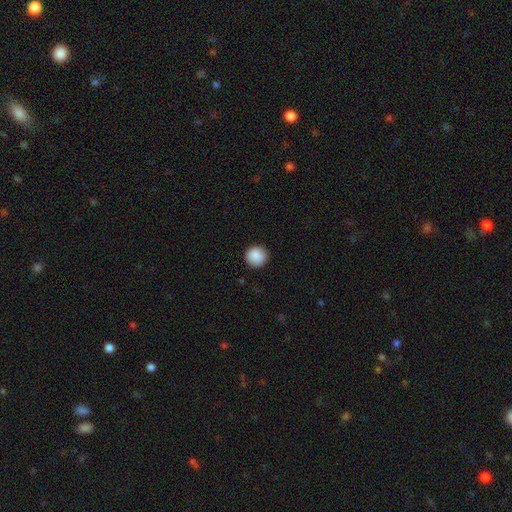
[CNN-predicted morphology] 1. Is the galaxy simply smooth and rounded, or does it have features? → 89% smooth, 8% star or artifact, 3% featured or disk.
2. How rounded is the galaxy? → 94% round, 6% in between, 1% cigar-shaped.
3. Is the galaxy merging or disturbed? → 91% none, 7% minor disturbance, 2% major disturbance, 1% merger.